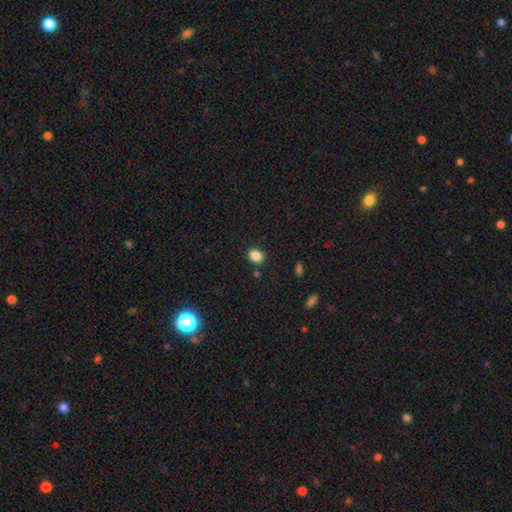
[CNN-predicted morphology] This is clearly a smooth galaxy (86%). How rounded: possibly round (58%). Merging: clearly none (86%).